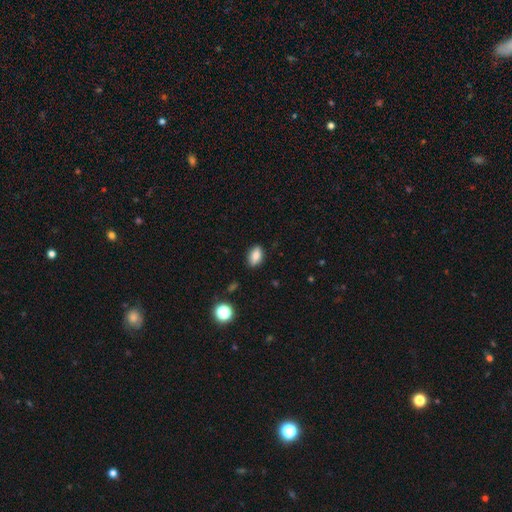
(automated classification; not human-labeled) Overall: smooth (83%). How rounded: in between (89%). Merging: none (87%).